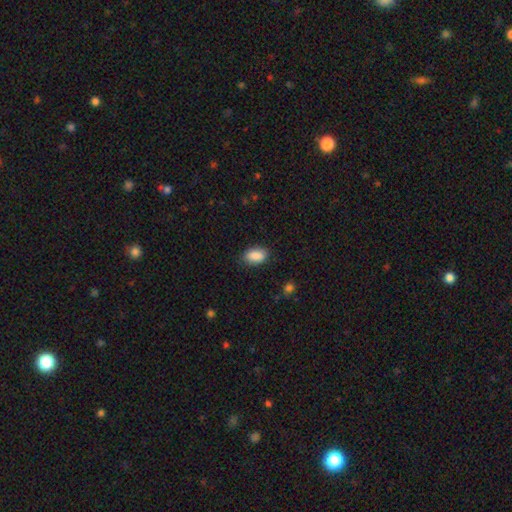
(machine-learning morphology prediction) Smooth or featured: smooth — 89% (star or artifact — 7%)
How rounded: in between — 91% (round — 7%)
Merging: none — 83% (minor disturbance — 13%)